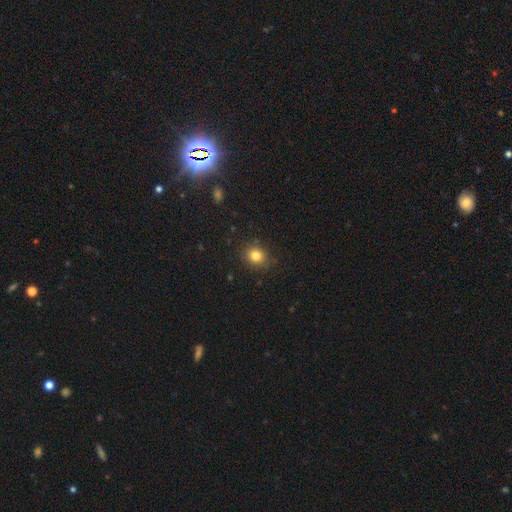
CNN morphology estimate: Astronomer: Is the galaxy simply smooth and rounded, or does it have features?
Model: smooth — 82%.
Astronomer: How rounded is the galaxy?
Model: round — 74%.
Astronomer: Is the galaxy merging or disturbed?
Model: none — 86%.